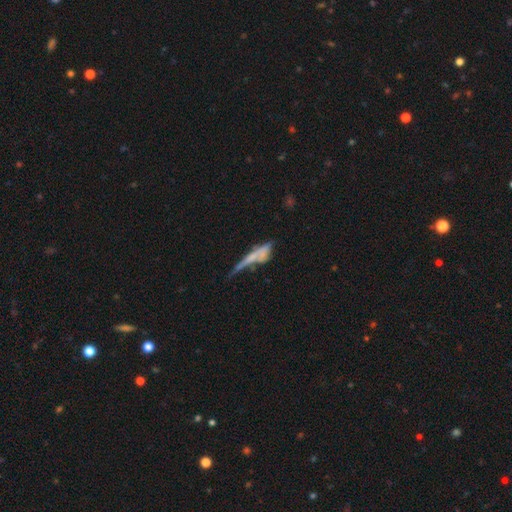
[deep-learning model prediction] Smooth or featured? smooth (46%)
Merging? merger (31%, tied with none)